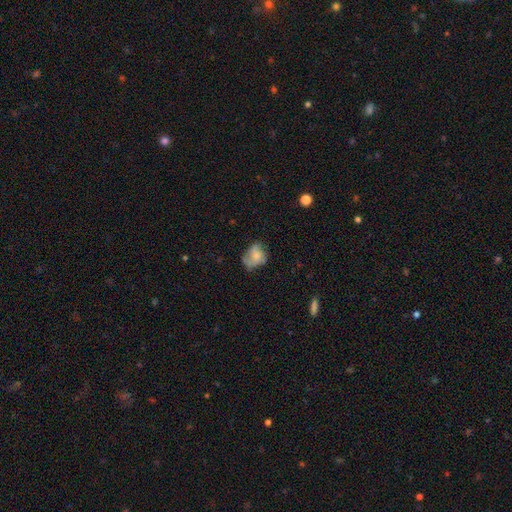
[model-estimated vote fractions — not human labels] A featured or disk galaxy (51%).

Vote fractions:
- Smooth or featured? featured or disk: 51% / smooth: 41% / star or artifact: 8%
- Edge-on disk? no: 97% / yes: 3%
- Merging? none: 49% / minor disturbance: 29% / major disturbance: 19% / merger: 2%